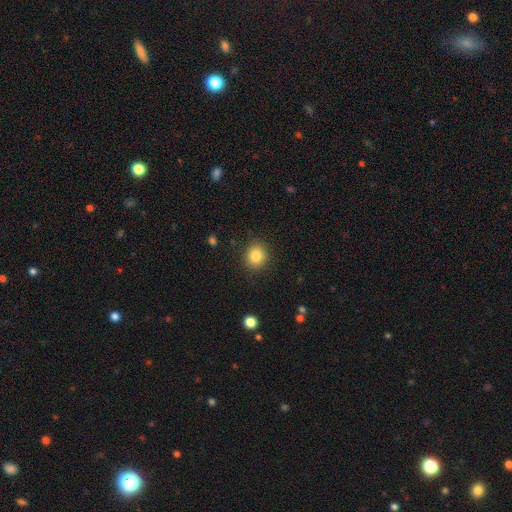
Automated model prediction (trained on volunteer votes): Morphology: type=smooth (83%); roundness=round (77%); merging=none (88%).